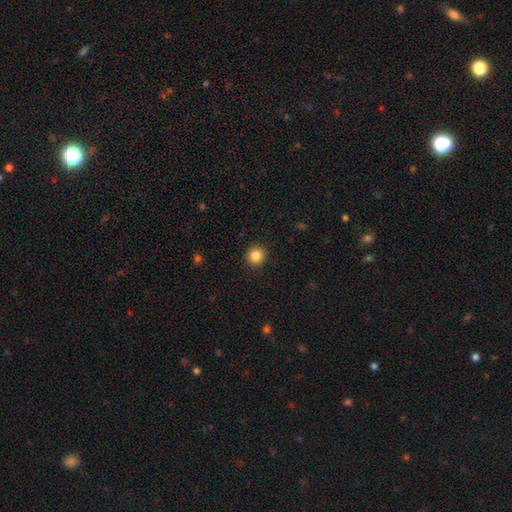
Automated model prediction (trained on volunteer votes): Morphology: type=smooth (86%); roundness=round (93%); merging=none (92%).